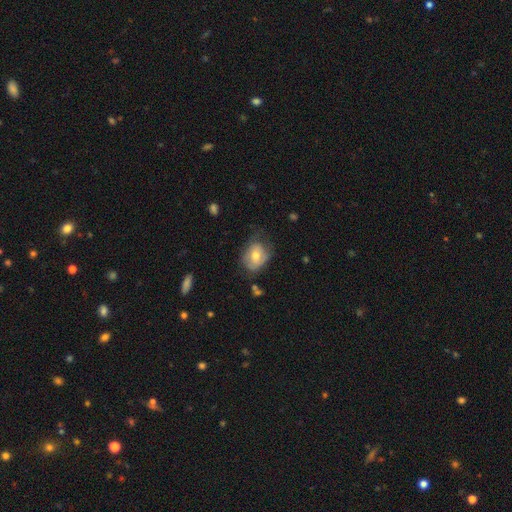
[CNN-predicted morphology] This is likely a smooth galaxy (61%). How rounded: possibly in between (58%). Merging: possibly none (51%).